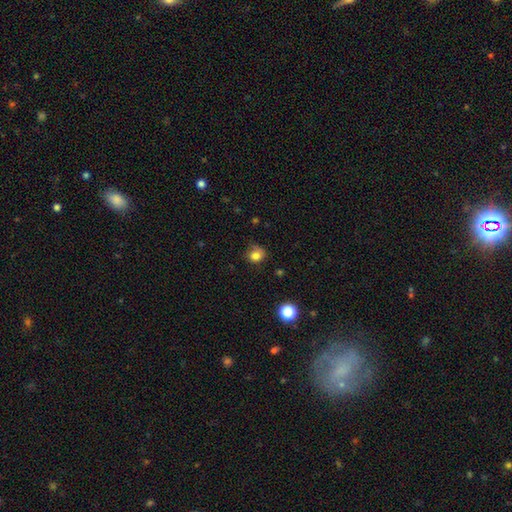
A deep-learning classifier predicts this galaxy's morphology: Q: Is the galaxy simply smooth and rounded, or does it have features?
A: smooth — 80%.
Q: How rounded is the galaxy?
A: round — 66%.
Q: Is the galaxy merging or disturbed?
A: none — 53%.